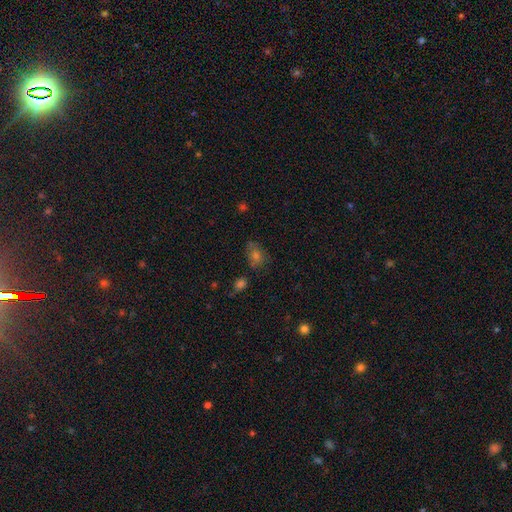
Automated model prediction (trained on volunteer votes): Smooth or featured? Predicted: smooth (p=0.55). How rounded? Predicted: in between (p=0.61). Merging? Predicted: none (p=0.62).